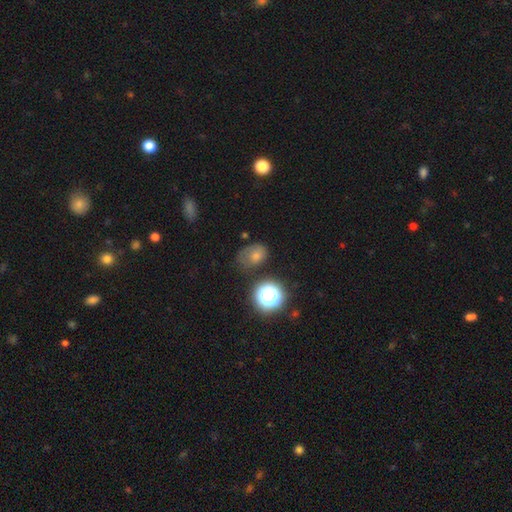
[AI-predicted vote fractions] smooth_or_featured: smooth (p=0.56) [alt: star or artifact p=0.27]
how_rounded: in between (p=0.59) [alt: round p=0.39]
merging: none (p=0.64) [alt: minor disturbance p=0.23]